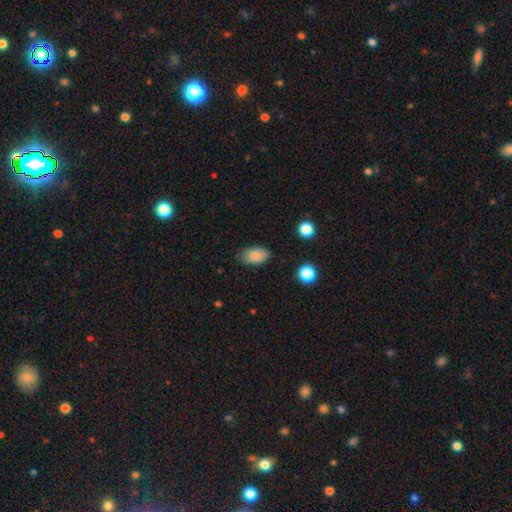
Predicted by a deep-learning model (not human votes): smooth 83%, featured or disk 9%, star or artifact 8%. Down the decision tree: how rounded — in between (91%); merging — none (76%).